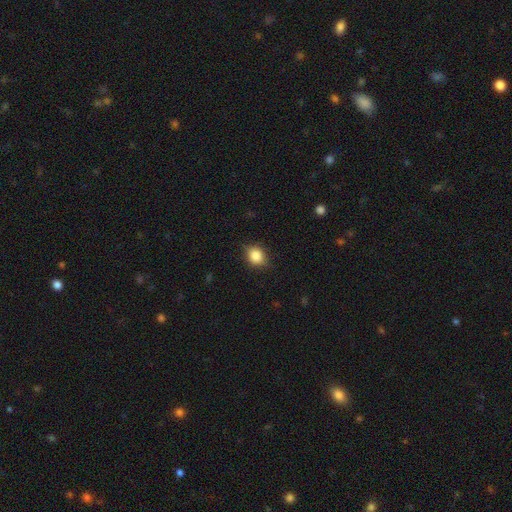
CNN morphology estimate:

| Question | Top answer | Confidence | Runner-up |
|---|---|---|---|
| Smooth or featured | smooth | 85% | star or artifact (9%) |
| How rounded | round | 55% | in between (44%) |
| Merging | none | 79% | minor disturbance (17%) |